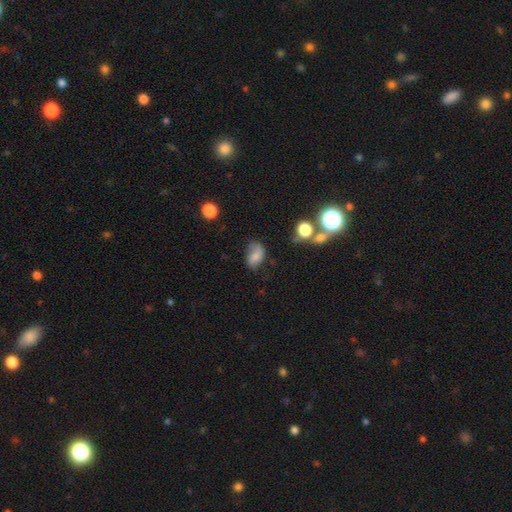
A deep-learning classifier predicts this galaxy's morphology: Smooth or featured: smooth — 65% (featured or disk — 23%)
How rounded: in between — 82% (round — 16%)
Merging: none — 46% (minor disturbance — 33%)